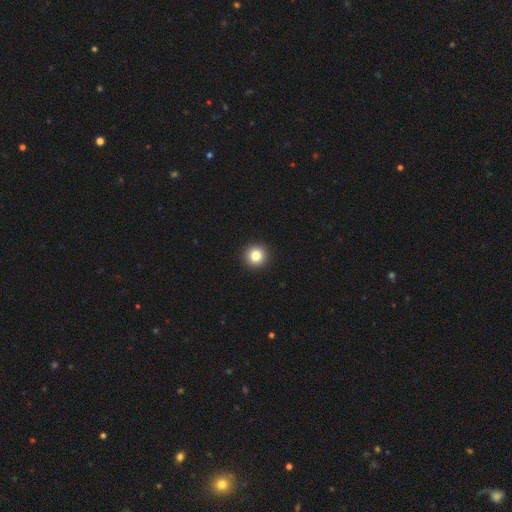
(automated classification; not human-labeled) Q: Smooth or featured?
A: smooth (82%); runner-up: star or artifact (11%)
Q: How rounded?
A: round (95%); runner-up: in between (4%)
Q: Merging?
A: none (94%); runner-up: minor disturbance (4%)